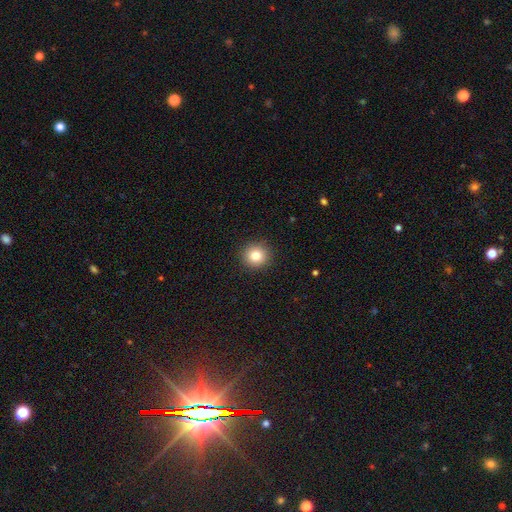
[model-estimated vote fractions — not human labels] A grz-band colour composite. It shows a smooth galaxy with no disk features (81%) that is round (93%). Merging: none (92%).